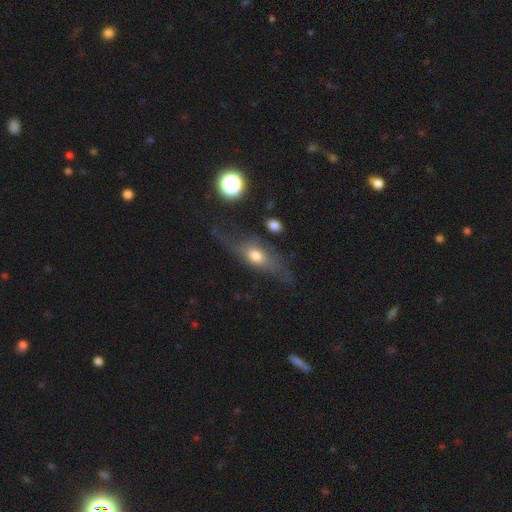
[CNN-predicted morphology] The model was most divided on "smooth or featured": smooth: 46%, featured or disk: 44%, star or artifact: 10%. More confident: merging — none (52%).